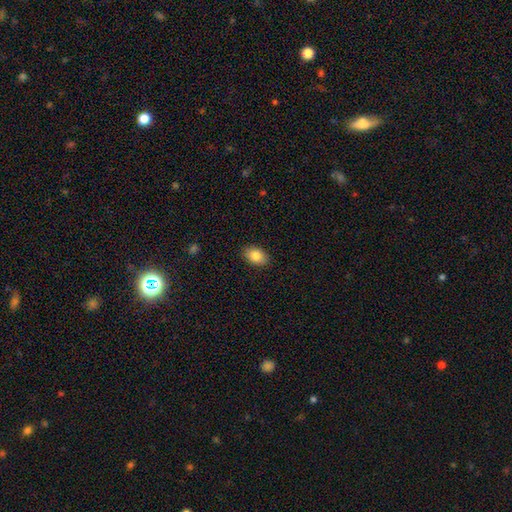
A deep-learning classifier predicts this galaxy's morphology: Smooth or featured: smooth — 85% (star or artifact — 8%)
How rounded: in between — 84% (round — 15%)
Merging: none — 88% (minor disturbance — 9%)